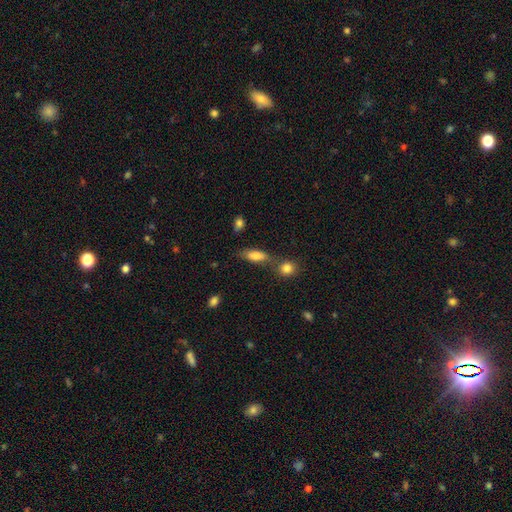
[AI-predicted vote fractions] smooth-or-featured: smooth: 80% | featured or disk: 11% | star or artifact: 8%
  how-rounded: in between: 72% | cigar-shaped: 24% | round: 4%
  merging: none: 55% | merger: 23% | minor disturbance: 16% | major disturbance: 6%